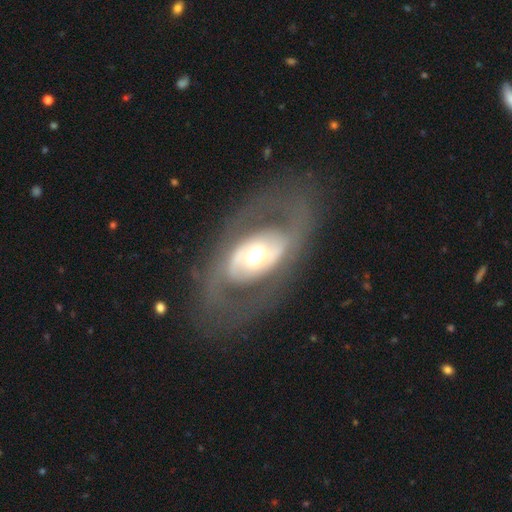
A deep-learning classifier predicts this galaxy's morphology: Smooth or featured? featured or disk (71%)
Edge-on disk? no (90%)
Bar? no (66%)
Spiral arms? no (61%)
Bulge size? moderate (55%)
Merging? none (73%)